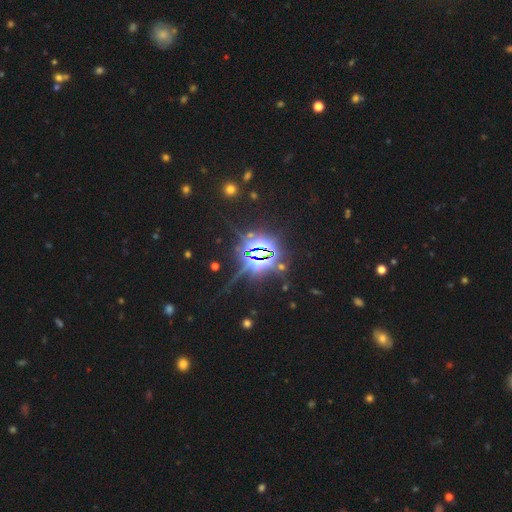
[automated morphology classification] This appears to be a star or artifact, not a galaxy (83%).